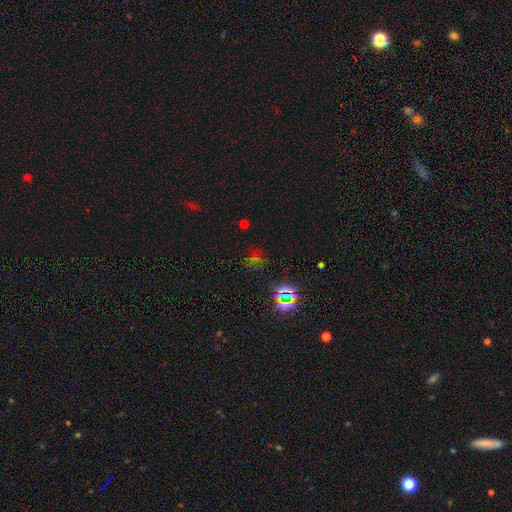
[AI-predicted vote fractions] Smooth or featured? star or artifact (61%)